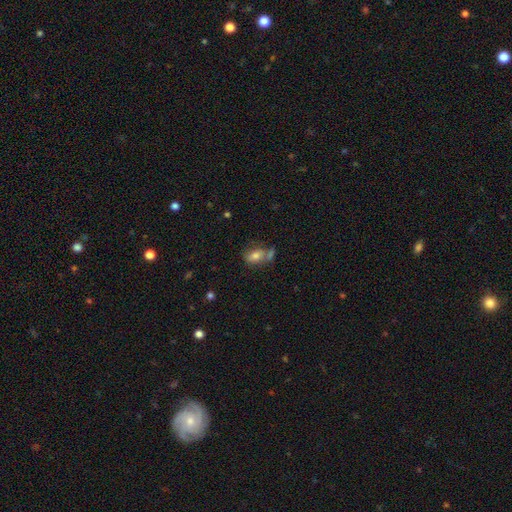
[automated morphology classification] Smooth or featured? Predicted: smooth (p=0.70). How rounded? Predicted: in between (p=0.79). Merging? Predicted: none (p=0.48).